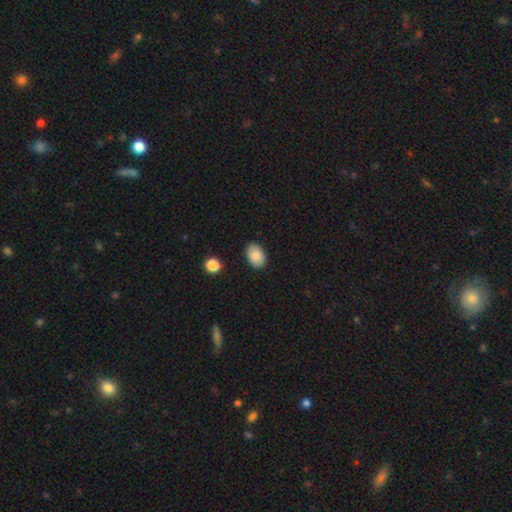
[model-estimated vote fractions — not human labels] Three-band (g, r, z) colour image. It shows a smooth galaxy with no disk features (85%) that is in between round and cigar-shaped (85%). Merging: none (87%).